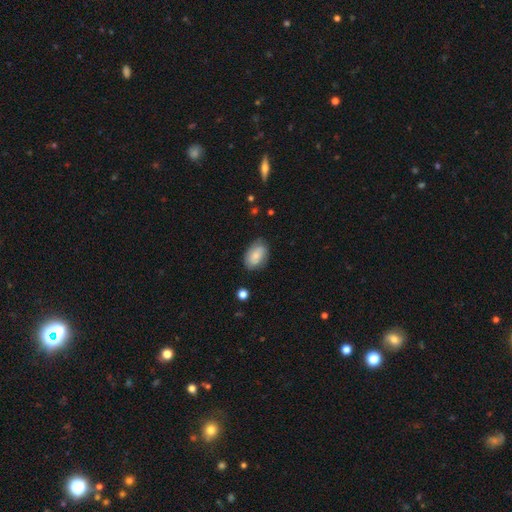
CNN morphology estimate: Q: Smooth or featured?
A: smooth (71%); runner-up: featured or disk (21%)
Q: How rounded?
A: in between (89%); runner-up: round (10%)
Q: Merging?
A: none (74%); runner-up: minor disturbance (20%)